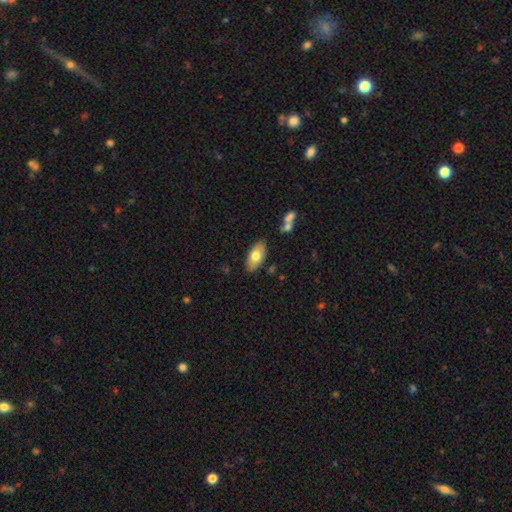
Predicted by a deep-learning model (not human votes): Smooth or featured? Predicted: smooth (p=0.73). How rounded? Predicted: in between (p=0.93). Merging? Predicted: none (p=0.82).